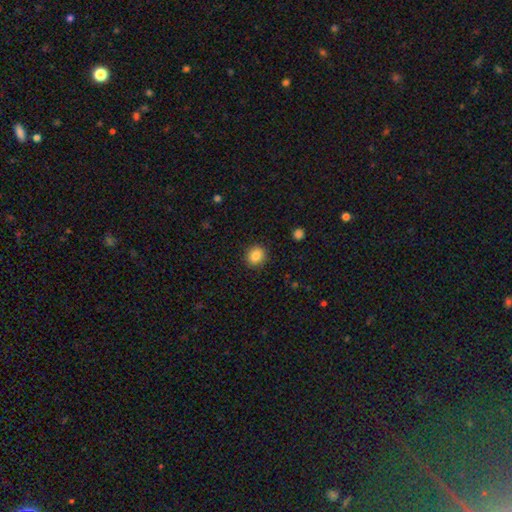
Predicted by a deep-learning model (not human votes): Overall: smooth (85%). How rounded: round (79%). Merging: none (90%).